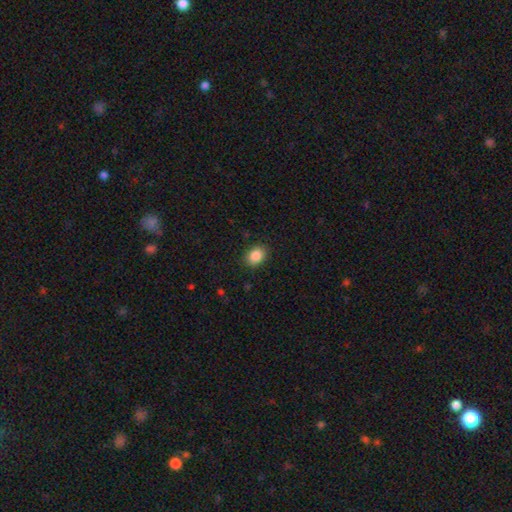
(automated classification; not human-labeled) Overall: smooth (87%). How rounded: in between (58%; round 41%). Merging: none (88%).